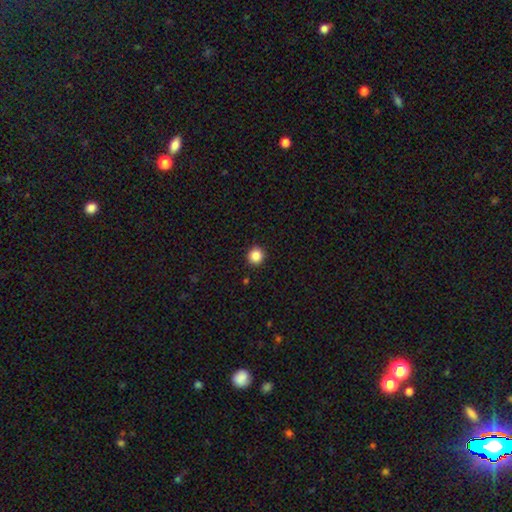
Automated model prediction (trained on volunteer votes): Smooth or featured? smooth (87%)
How rounded? round (94%)
Merging? none (93%)